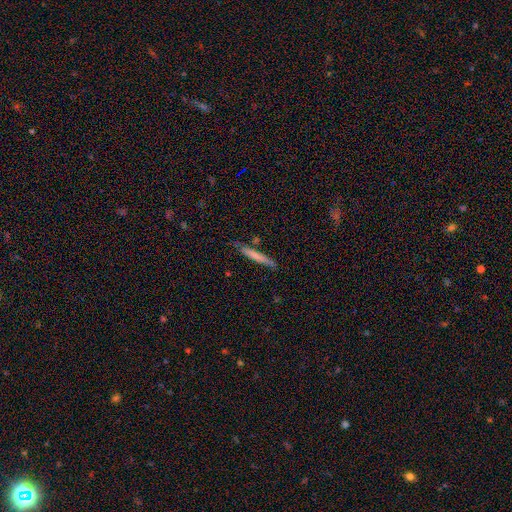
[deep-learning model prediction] Morphology: type=smooth (69%); roundness=cigar-shaped (96%); merging=none (81%).